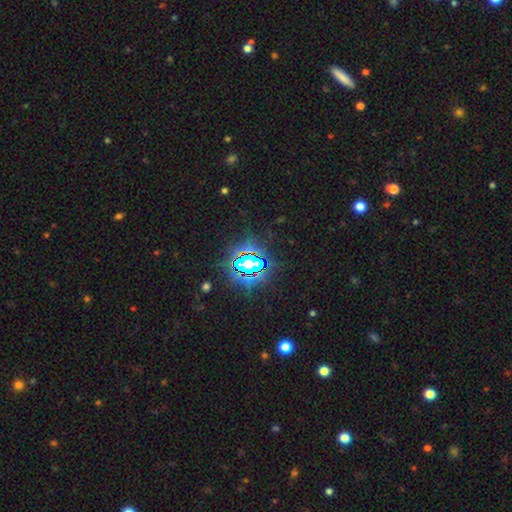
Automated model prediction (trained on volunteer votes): The model was most divided on "smooth or featured": star or artifact: 83%, smooth: 10%, featured or disk: 7%.